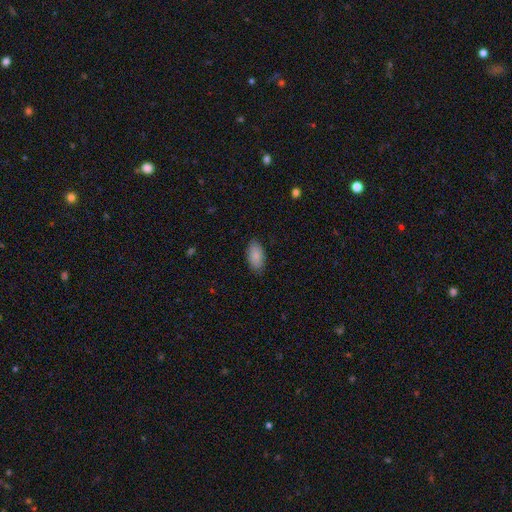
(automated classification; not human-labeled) A smooth galaxy with no disk features (87%) that is in between round and cigar-shaped (94%).

Vote fractions:
- Smooth or featured? smooth: 87% / featured or disk: 7% / star or artifact: 6%
- How rounded? in between: 94% / cigar-shaped: 3% / round: 3%
- Merging? none: 86% / minor disturbance: 11% / major disturbance: 2% / merger: 1%